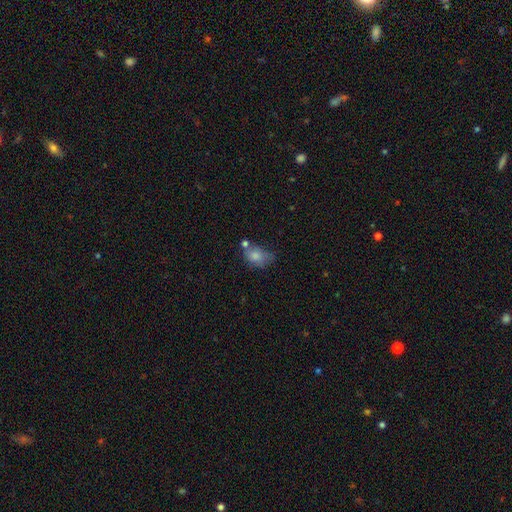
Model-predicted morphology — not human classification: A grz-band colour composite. It shows a smooth galaxy with no disk features (77%) that is in between round and cigar-shaped (75%). Merging: none (35%).